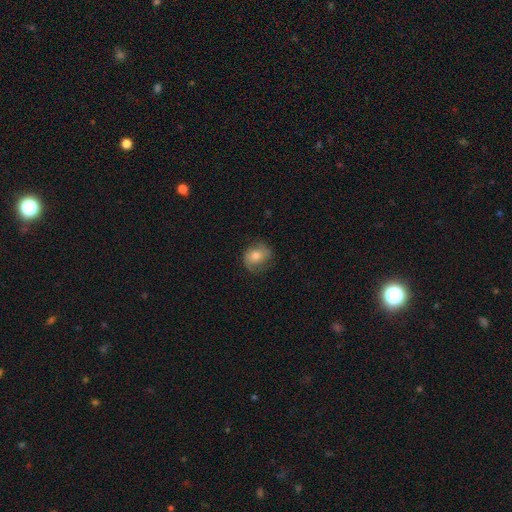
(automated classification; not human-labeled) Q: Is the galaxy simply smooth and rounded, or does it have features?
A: smooth — 61%.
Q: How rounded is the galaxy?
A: round — 63%.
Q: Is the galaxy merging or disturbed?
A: none — 68%.